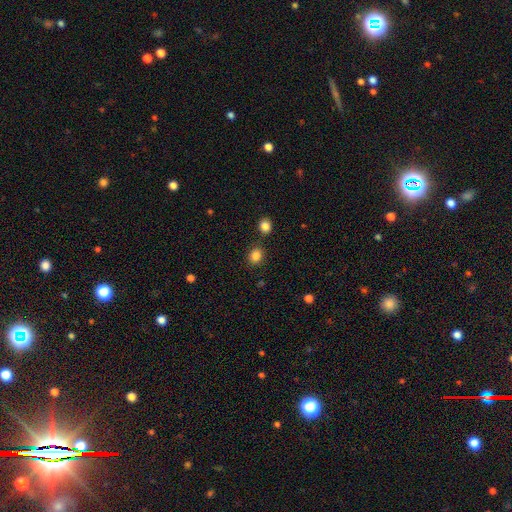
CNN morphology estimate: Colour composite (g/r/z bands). It shows a smooth galaxy with no disk features (85%) that is round (70%). Merging: none (82%).